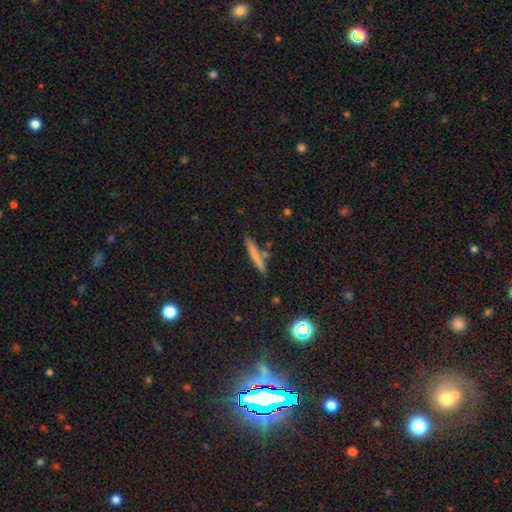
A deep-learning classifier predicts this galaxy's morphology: The model was most divided on "smooth or featured": smooth: 69%, featured or disk: 23%, star or artifact: 8%. More confident: how rounded — cigar-shaped (94%); merging — none (81%).